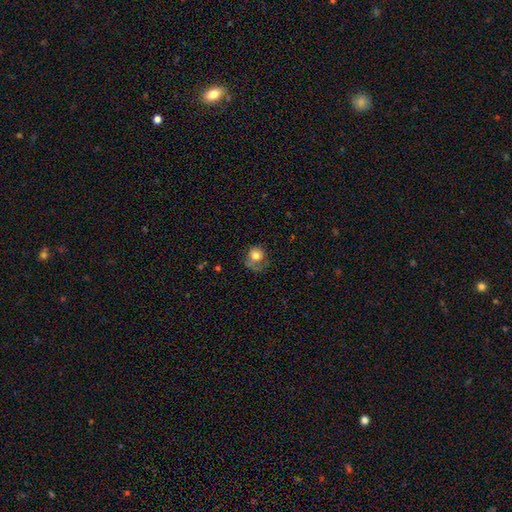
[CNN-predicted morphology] Smooth or featured? Predicted: smooth (p=0.75). How rounded? Predicted: round (p=0.80). Merging? Predicted: none (p=0.47).